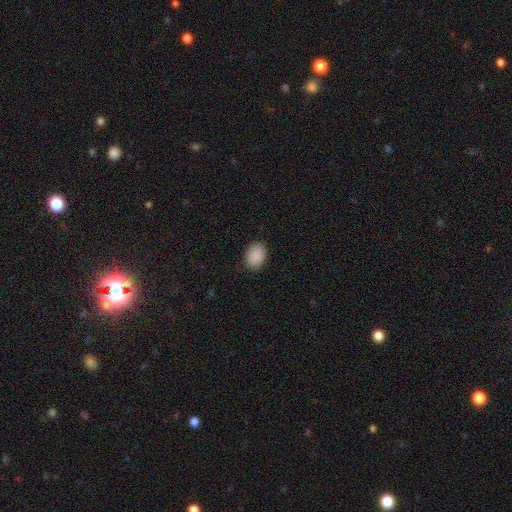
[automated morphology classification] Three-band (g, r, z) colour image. It shows a smooth galaxy with no disk features (90%) that is in between round and cigar-shaped (69%). Merging: none (87%).